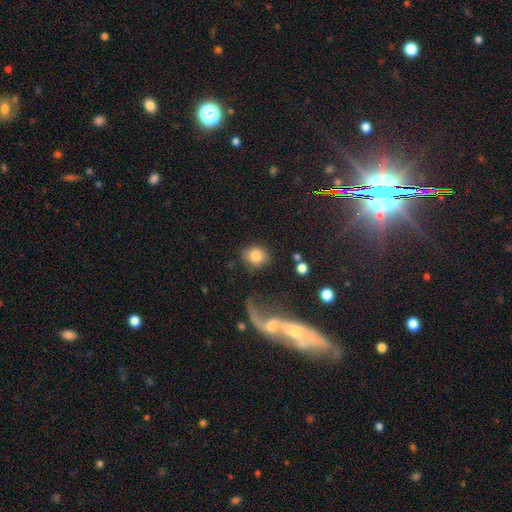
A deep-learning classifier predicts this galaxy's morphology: smooth 79%, featured or disk 12%, star or artifact 9%. Down the decision tree: how rounded — round (67%); merging — none (73%).